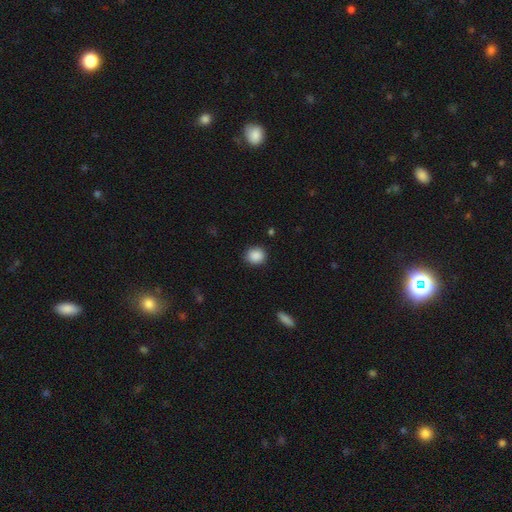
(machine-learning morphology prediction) Q: Smooth or featured?
A: smooth (89%); runner-up: star or artifact (8%)
Q: How rounded?
A: round (77%); runner-up: in between (22%)
Q: Merging?
A: none (87%); runner-up: minor disturbance (10%)